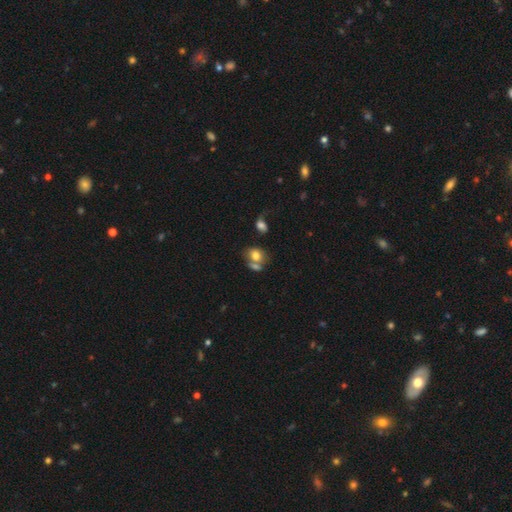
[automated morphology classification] This is likely a smooth galaxy (74%). How rounded: possibly in between (50%). Merging: possibly merger (47%).